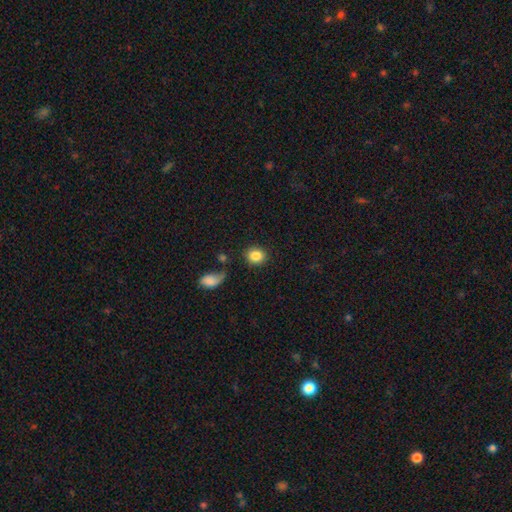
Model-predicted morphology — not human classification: A smooth galaxy with no disk features (85%) that is round (81%).

Vote fractions:
- Smooth or featured? smooth: 85% / star or artifact: 9% / featured or disk: 6%
- How rounded? round: 81% / in between: 18% / cigar-shaped: 1%
- Merging? none: 83% / minor disturbance: 8% / merger: 5% / major disturbance: 4%